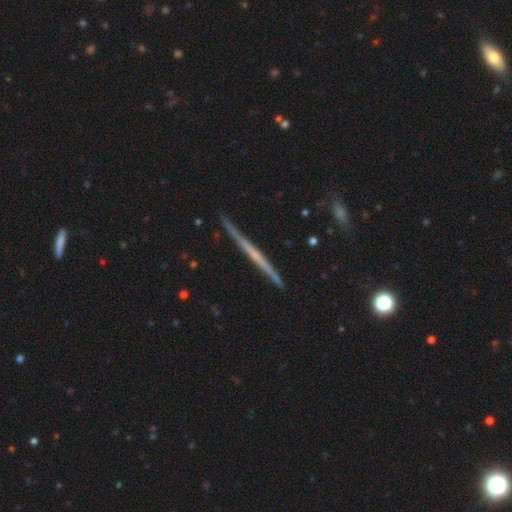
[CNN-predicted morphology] Smooth or featured?
  - featured or disk: 68% *
  - smooth: 26%
  - star or artifact: 6%
Edge-on disk?
  - yes: 98% *
  - no: 2%
Edge-on bulge?
  - none: 79% *
  - rounded: 16%
  - boxy: 5%
Merging?
  - none: 90% *
  - minor disturbance: 8%
  - major disturbance: 1%
  - merger: 1%